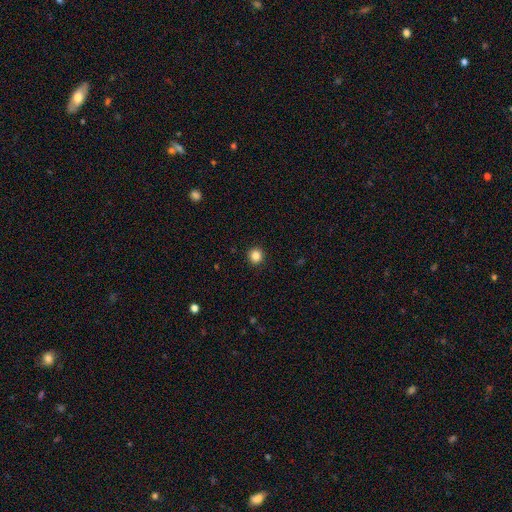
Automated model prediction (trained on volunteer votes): Smooth or featured: smooth — 85% (star or artifact — 11%)
How rounded: round — 93% (in between — 6%)
Merging: none — 93% (minor disturbance — 5%)